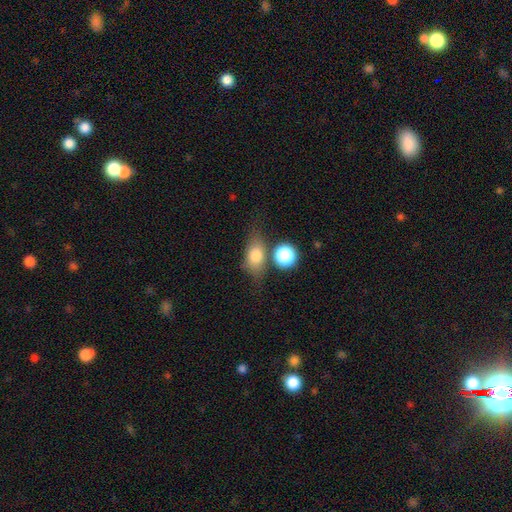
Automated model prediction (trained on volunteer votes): Smooth or featured: smooth — 74% (featured or disk — 16%)
How rounded: in between — 66% (round — 26%)
Merging: none — 55% (minor disturbance — 20%)